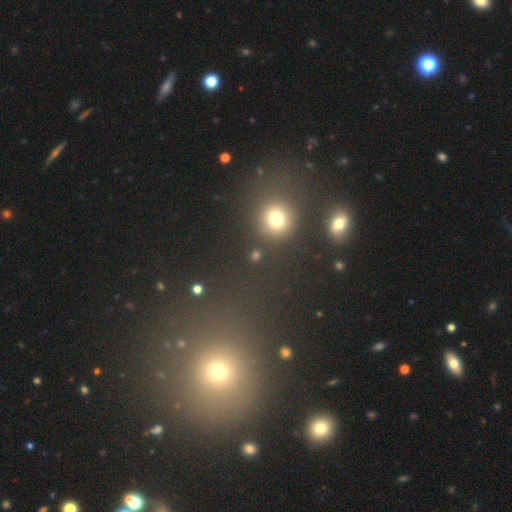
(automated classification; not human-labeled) This is likely a smooth galaxy (71%). How rounded: clearly round (84%). Merging: likely none (80%).